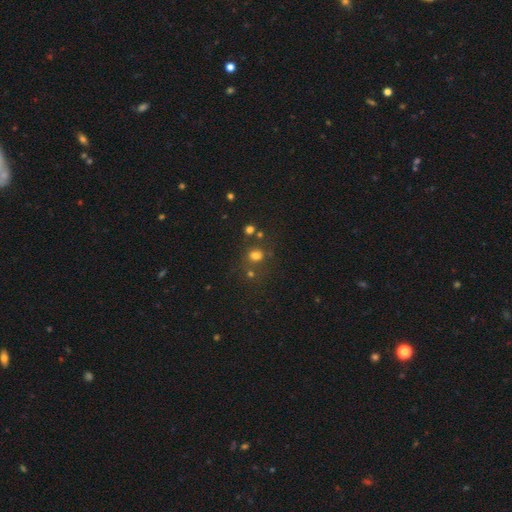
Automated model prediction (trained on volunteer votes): A smooth galaxy with no disk features (70%) that is round (74%).

Vote fractions:
- Smooth or featured? smooth: 70% / star or artifact: 21% / featured or disk: 9%
- How rounded? round: 74% / in between: 25% / cigar-shaped: 1%
- Merging? none: 64% / merger: 18% / minor disturbance: 12% / major disturbance: 6%